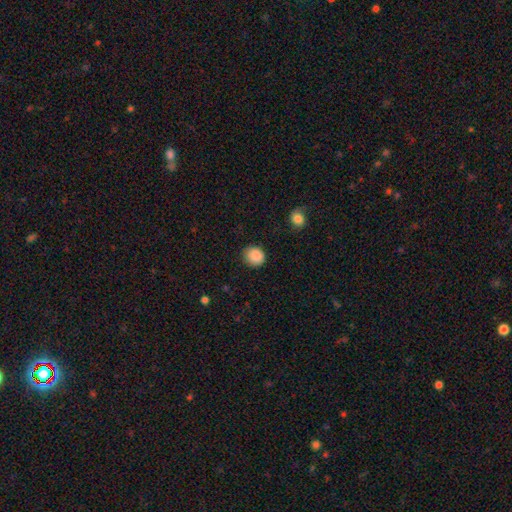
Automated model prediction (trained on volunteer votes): smooth 88%, star or artifact 8%, featured or disk 3%. Down the decision tree: how rounded — round (78%); merging — none (82%).